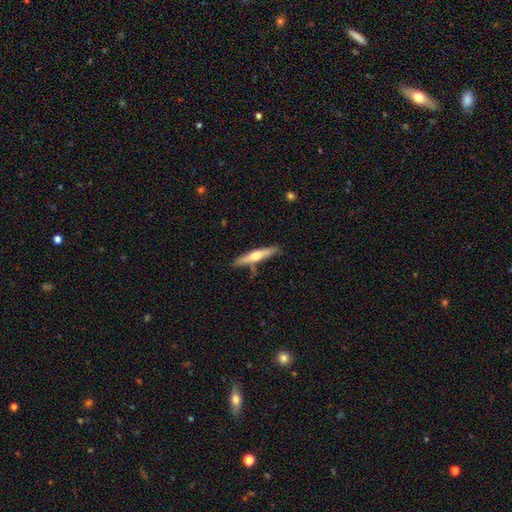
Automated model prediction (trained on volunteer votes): Smooth or featured: featured or disk — 51% (smooth — 43%)
Edge-on disk: yes — 94% (no — 6%)
Merging: none — 78% (minor disturbance — 14%)